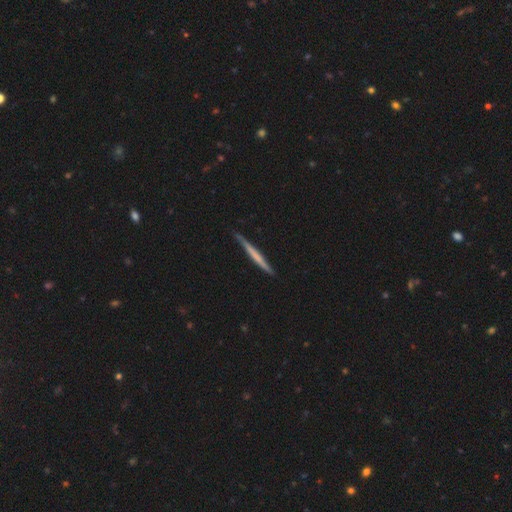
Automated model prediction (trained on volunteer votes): smooth-or-featured: featured or disk: 50% | smooth: 45% | star or artifact: 5%
  disk-edge-on: yes: 97% | no: 3%
  merging: none: 87% | minor disturbance: 10% | major disturbance: 2% | merger: 1%